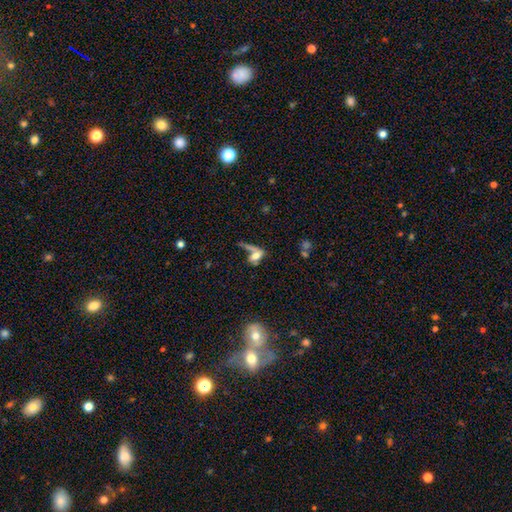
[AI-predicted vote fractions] A smooth galaxy with no disk features (54%) that is in between round and cigar-shaped (68%).

Vote fractions:
- Smooth or featured? smooth: 54% / featured or disk: 32% / star or artifact: 14%
- How rounded? in between: 68% / round: 16% / cigar-shaped: 16%
- Merging? merger: 29% (tied) / none: 29% (tied) / major disturbance: 27% / minor disturbance: 15%